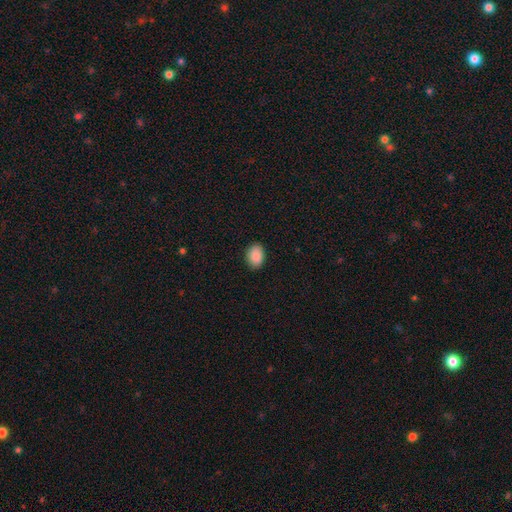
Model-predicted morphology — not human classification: Overall: smooth (90%). How rounded: in between (78%). Merging: none (89%).